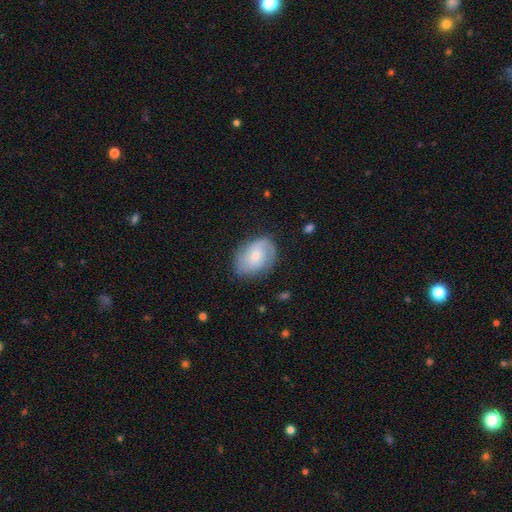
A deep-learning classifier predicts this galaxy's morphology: Smooth or featured?
  - featured or disk: 48% *
  - smooth: 45%
  - star or artifact: 7%
Merging?
  - none: 74% *
  - minor disturbance: 18%
  - major disturbance: 6%
  - merger: 1%